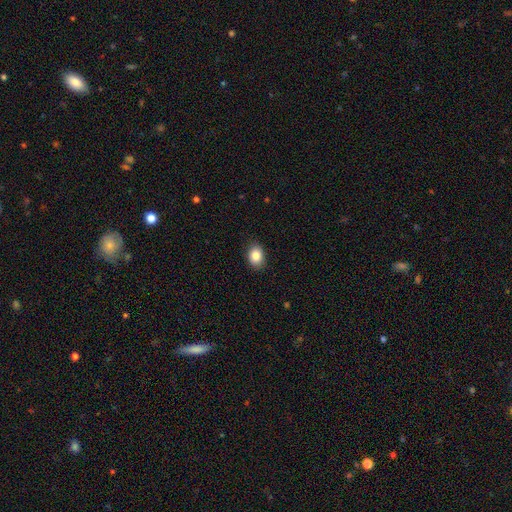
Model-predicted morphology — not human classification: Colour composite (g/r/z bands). It shows a smooth galaxy with no disk features (86%) that is in between round and cigar-shaped (70%). Merging: none (87%).